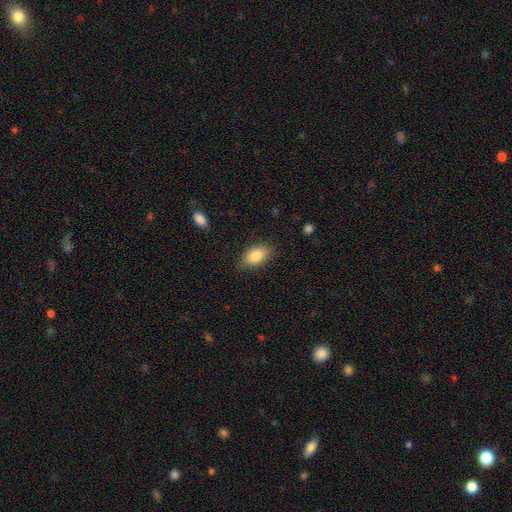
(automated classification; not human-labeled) smooth-or-featured: smooth: 83% | featured or disk: 9% | star or artifact: 7%
  how-rounded: in between: 90% | round: 6% | cigar-shaped: 4%
  merging: none: 82% | minor disturbance: 13% | major disturbance: 3% | merger: 1%